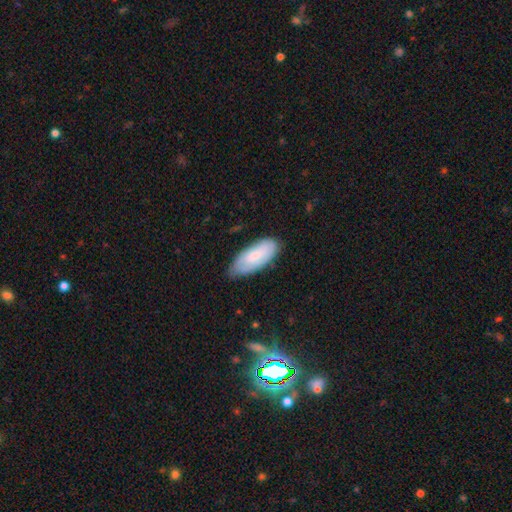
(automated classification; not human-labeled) A smooth galaxy with no disk features (73%) that is in between round and cigar-shaped (83%). Merging: none (70%).